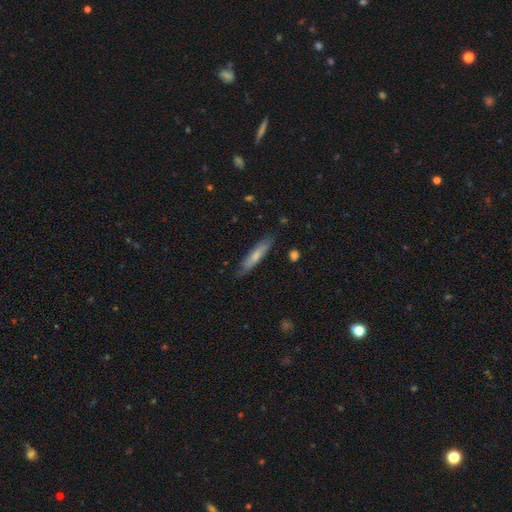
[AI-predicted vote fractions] Smooth or featured? Predicted: smooth (p=0.64). How rounded? Predicted: cigar-shaped (p=0.84). Merging? Predicted: none (p=0.81).